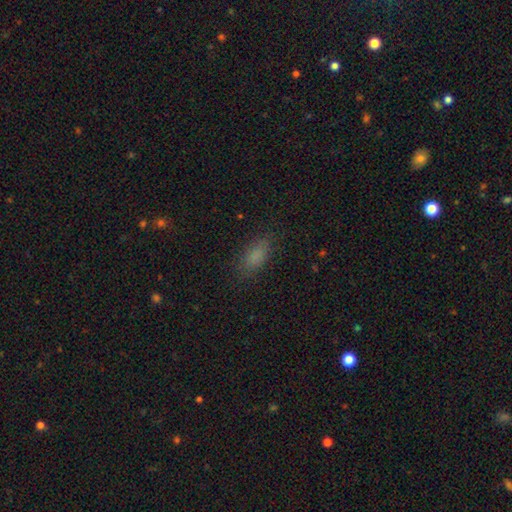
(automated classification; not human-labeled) Morphology: type=smooth (82%); roundness=in between (84%); merging=none (82%).